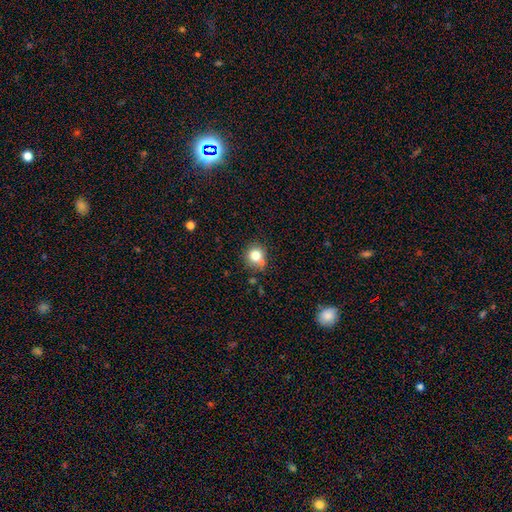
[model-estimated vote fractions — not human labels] A smooth galaxy with no disk features (78%) that is round (88%). Merging: none (68%).